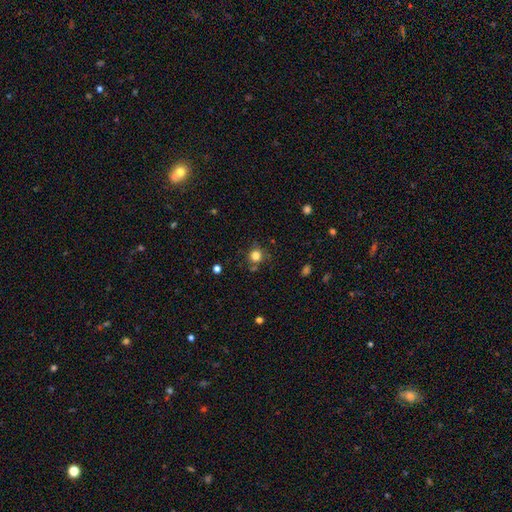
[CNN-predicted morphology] The model was most divided on "merging": none: 77%, minor disturbance: 13%, merger: 6%, major disturbance: 4%. More confident: how rounded — round (91%); smooth or featured — smooth (80%).